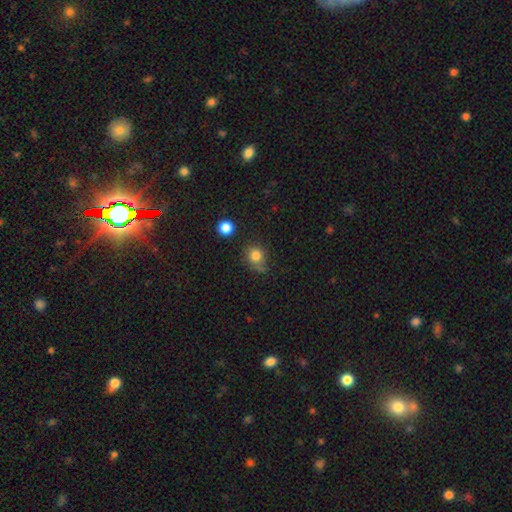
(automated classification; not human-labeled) smooth_or_featured: smooth (p=0.82) [alt: star or artifact p=0.12]
how_rounded: round (p=0.81) [alt: in between p=0.18]
merging: none (p=0.62) [alt: minor disturbance p=0.24]